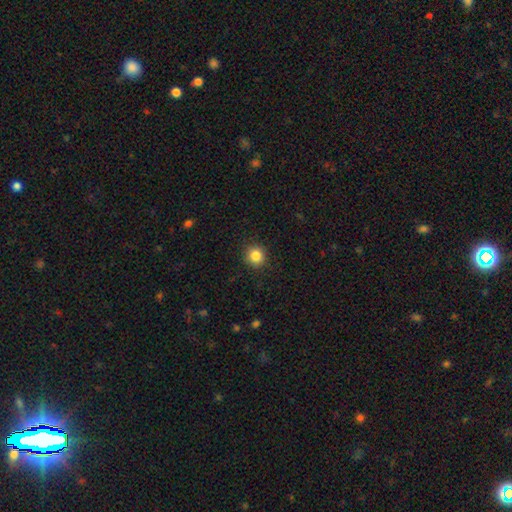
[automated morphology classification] A smooth galaxy with no disk features (85%) that is round (91%).

Vote fractions:
- Smooth or featured? smooth: 85% / star or artifact: 11% / featured or disk: 5%
- How rounded? round: 91% / in between: 8% / cigar-shaped: 1%
- Merging? none: 91% / minor disturbance: 6% / major disturbance: 2% / merger: 1%